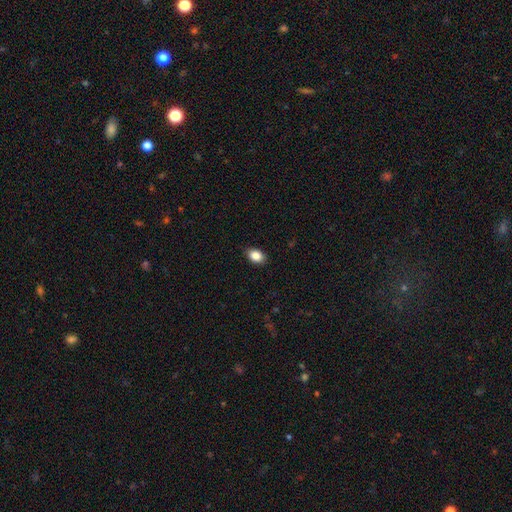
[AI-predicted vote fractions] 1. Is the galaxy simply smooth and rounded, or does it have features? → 87% smooth, 8% star or artifact, 5% featured or disk.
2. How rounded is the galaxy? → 80% in between, 19% round, 1% cigar-shaped.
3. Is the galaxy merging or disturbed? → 88% none, 9% minor disturbance, 2% major disturbance, 1% merger.